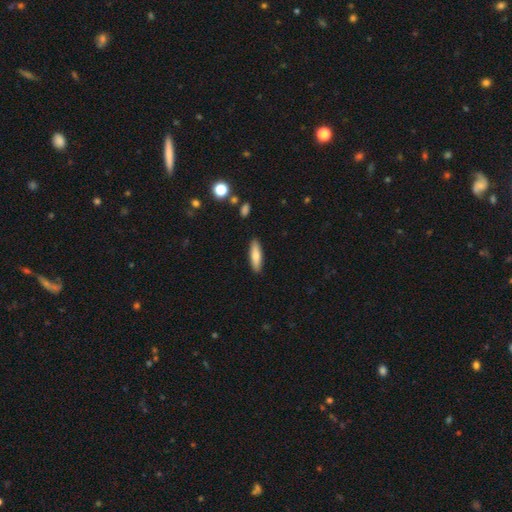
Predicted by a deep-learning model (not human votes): smooth_or_featured: smooth (p=0.76) [alt: featured or disk p=0.18]
how_rounded: cigar-shaped (p=0.64) [alt: in between p=0.34]
merging: none (p=0.89) [alt: minor disturbance p=0.08]